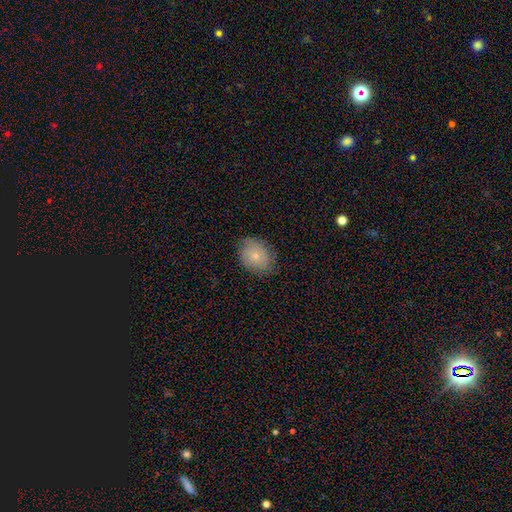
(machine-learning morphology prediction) Smooth or featured? smooth (73%)
How rounded? in between (63%)
Merging? none (77%)